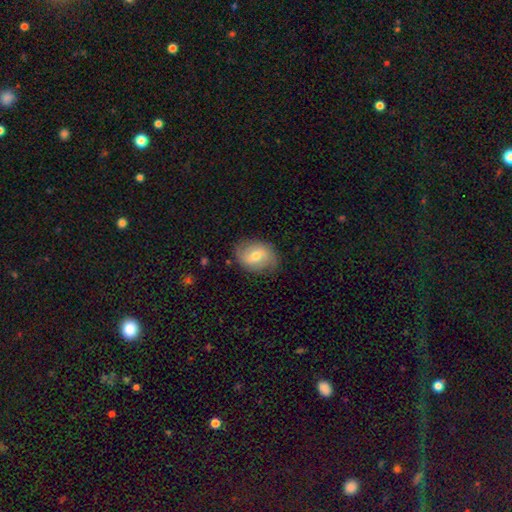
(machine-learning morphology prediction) Smooth or featured?
  - featured or disk: 49% *
  - smooth: 44%
  - star or artifact: 7%
Merging?
  - none: 78% *
  - minor disturbance: 16%
  - major disturbance: 5%
  - merger: 1%